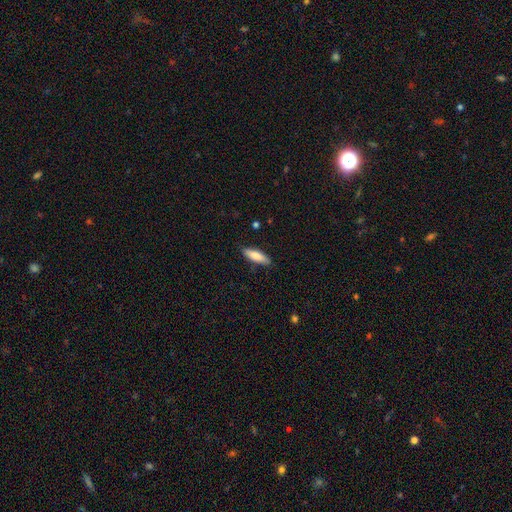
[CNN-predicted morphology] smooth 82%, featured or disk 12%, star or artifact 6%. Down the decision tree: how rounded — cigar-shaped (52%); merging — none (84%).